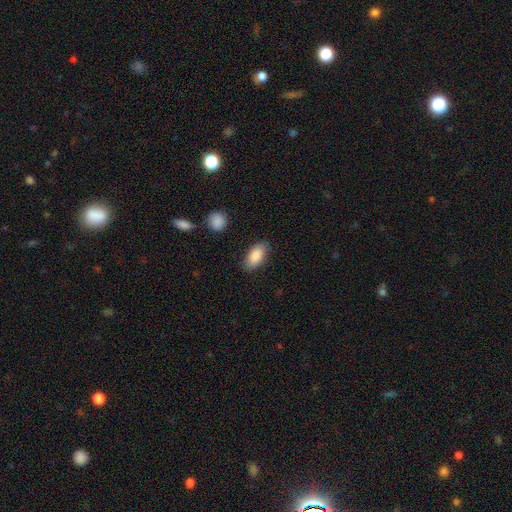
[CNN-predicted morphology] Smooth or featured?
  - smooth: 87% *
  - featured or disk: 7%
  - star or artifact: 6%
How rounded?
  - in between: 91% *
  - cigar-shaped: 6%
  - round: 3%
Merging?
  - none: 84% *
  - minor disturbance: 12%
  - major disturbance: 3%
  - merger: 2%